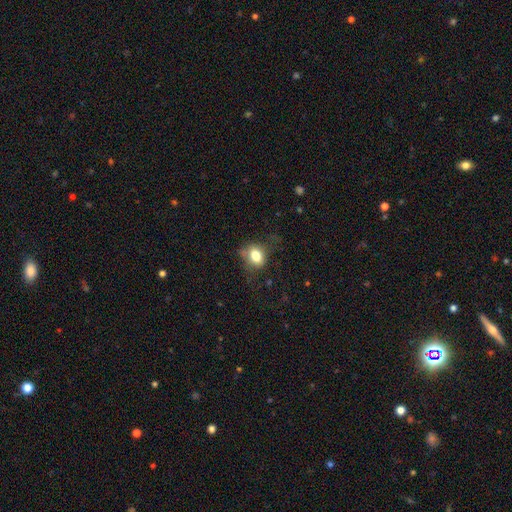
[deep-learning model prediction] Smooth or featured? Predicted: smooth (p=0.77). How rounded? Predicted: in between (p=0.58). Merging? Predicted: none (p=0.57).